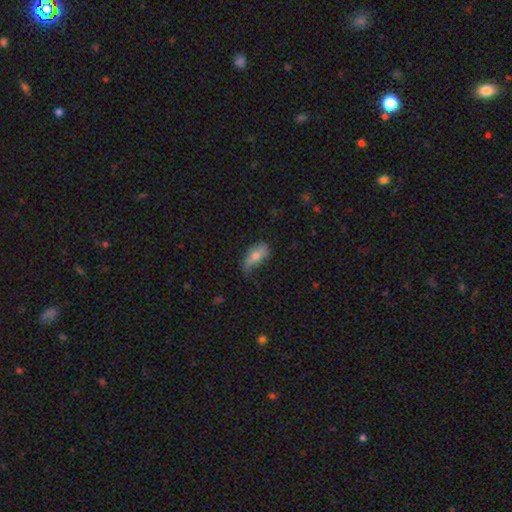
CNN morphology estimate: Smooth or featured? Predicted: smooth (p=0.64). How rounded? Predicted: in between (p=0.80). Merging? Predicted: minor disturbance (p=0.41).